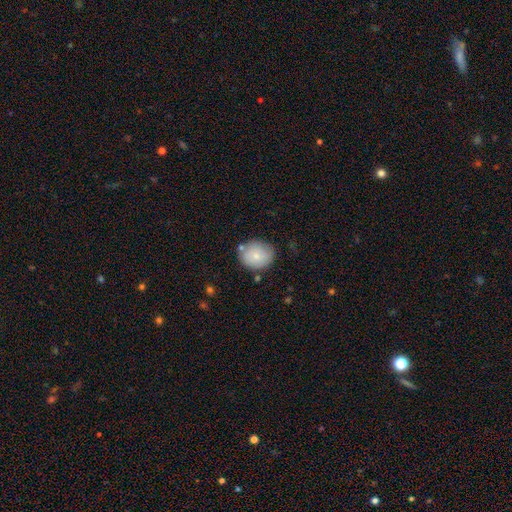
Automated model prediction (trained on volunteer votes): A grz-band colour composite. It shows a smooth galaxy with no disk features (77%) that is round (70%). Merging: none (74%).